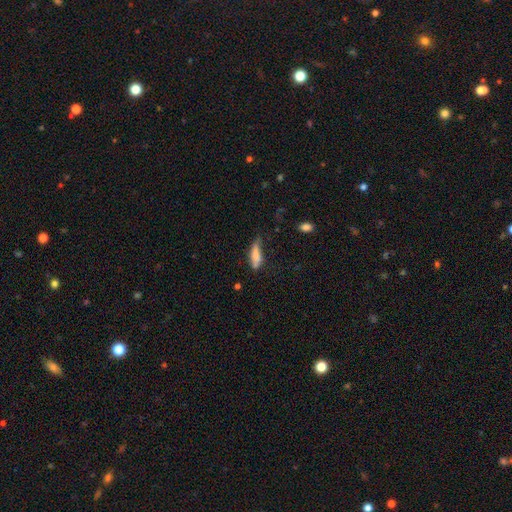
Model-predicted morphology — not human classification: Smooth or featured? smooth (73%)
How rounded? cigar-shaped (53%)
Merging? none (38%)